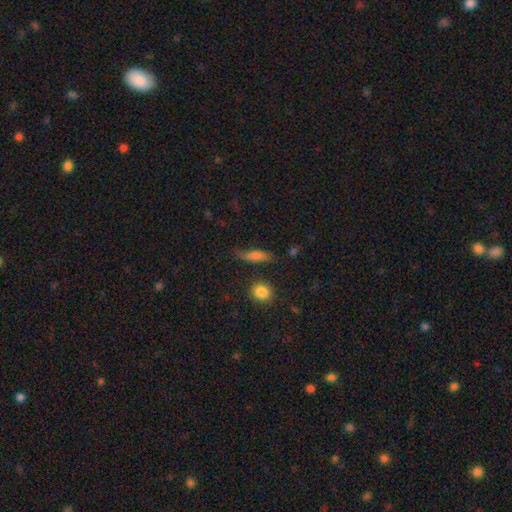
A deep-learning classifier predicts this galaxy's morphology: smooth_or_featured: smooth (p=0.68) [alt: featured or disk p=0.22]
how_rounded: in between (p=0.47) [tied with: cigar-shaped p=0.47]
merging: none (p=0.65) [alt: minor disturbance p=0.24]